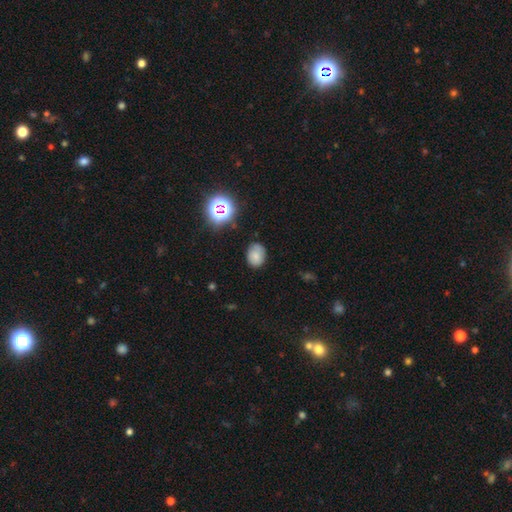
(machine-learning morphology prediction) This is likely a smooth galaxy (73%). How rounded: likely in between (62%). Merging: likely none (73%).